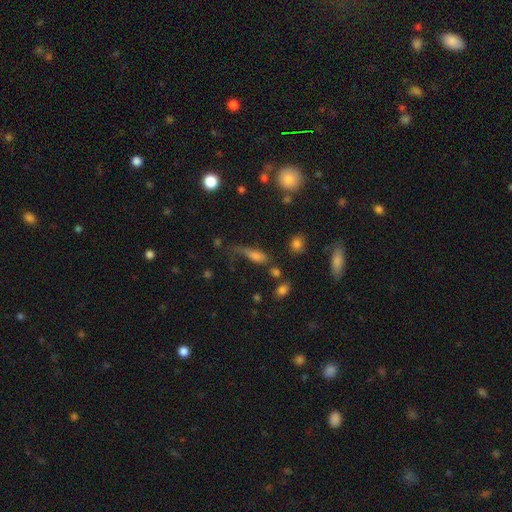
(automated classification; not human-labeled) Q: Smooth or featured?
A: smooth (63%); runner-up: featured or disk (22%)
Q: How rounded?
A: in between (55%); runner-up: cigar-shaped (37%)
Q: Merging?
A: none (34%); runner-up: major disturbance (31%)